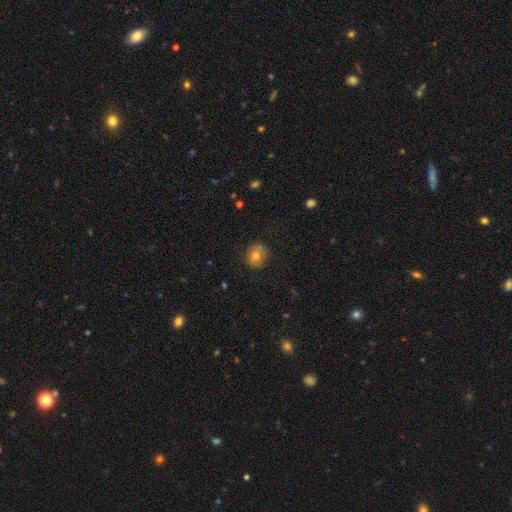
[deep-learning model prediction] This is likely a smooth galaxy (73%). How rounded: likely round (74%). Merging: likely none (79%).